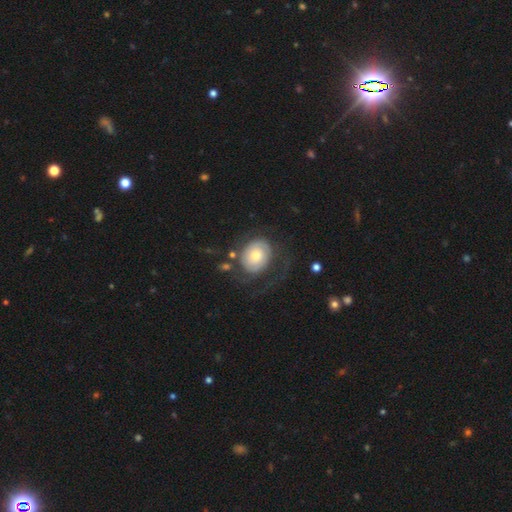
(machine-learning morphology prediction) Smooth or featured: featured or disk — 58% (smooth — 35%)
Edge-on disk: no — 97% (yes — 3%)
Bar: no — 79% (weak — 17%)
Spiral arms: yes — 77% (no — 23%)
Bulge size: moderate — 46% (small — 36%)
Merging: none — 50% (major disturbance — 29%)